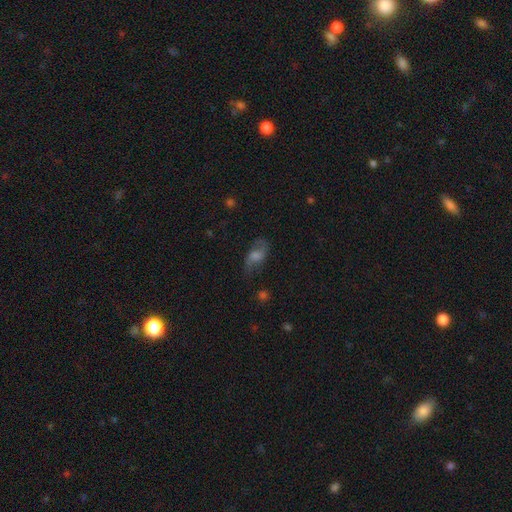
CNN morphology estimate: Smooth or featured? featured or disk (49%)
Merging? none (66%)